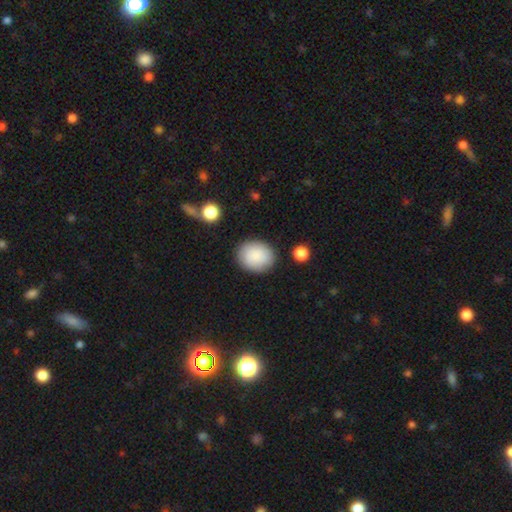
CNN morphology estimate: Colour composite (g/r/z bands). It shows a smooth galaxy with no disk features (88%) that is round (55%). Merging: none (85%).